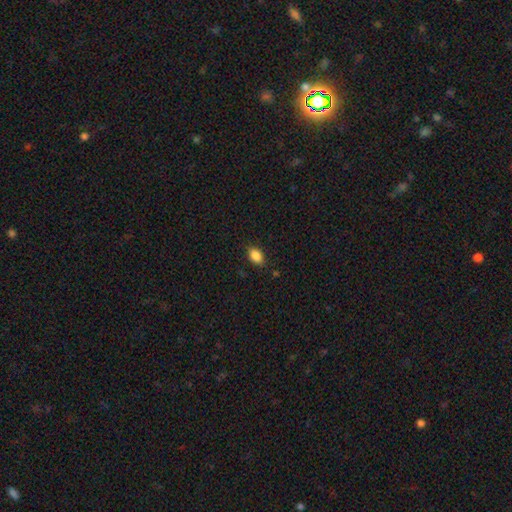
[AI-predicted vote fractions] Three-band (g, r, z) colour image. It shows a smooth galaxy with no disk features (87%) that is in between round and cigar-shaped (88%). Merging: none (85%).